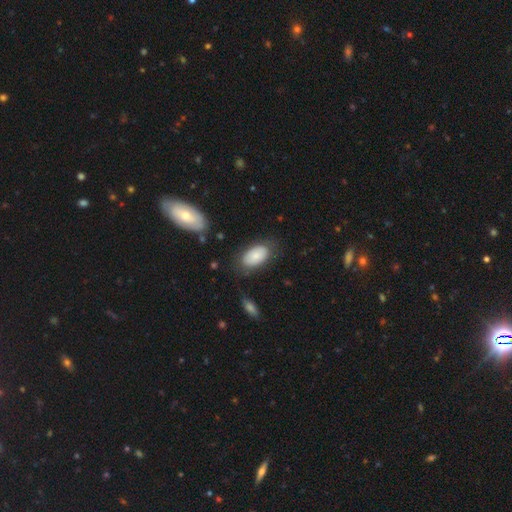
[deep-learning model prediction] Overall: smooth (81%). How rounded: in between (94%). Merging: none (74%).